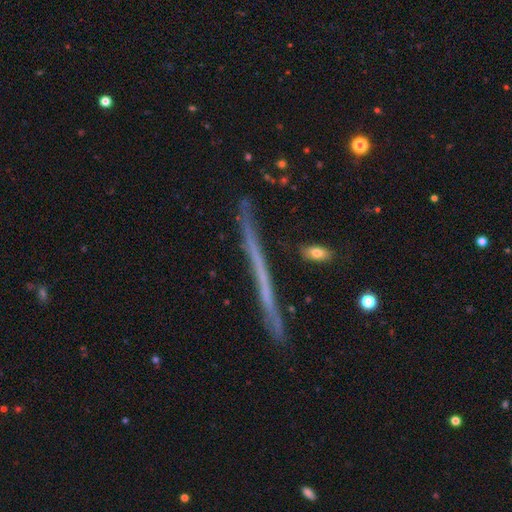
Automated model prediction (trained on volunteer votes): Overall: featured or disk (56%; smooth 35%). Edge-on disk: yes (95%). Edge-on bulge: none (94%). Merging: none (83%).